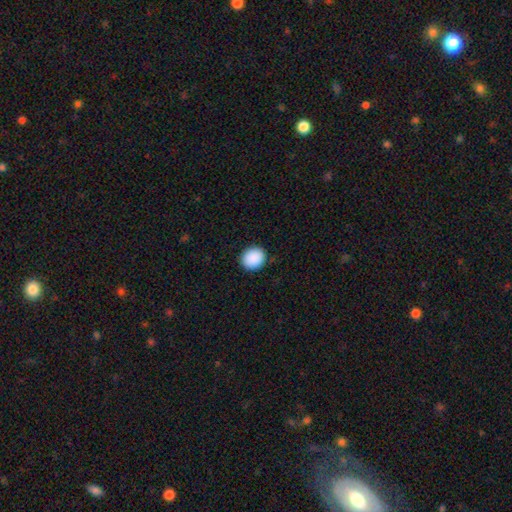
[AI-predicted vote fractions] smooth 90%, star or artifact 7%, featured or disk 2%. Down the decision tree: how rounded — round (76%); merging — none (90%).